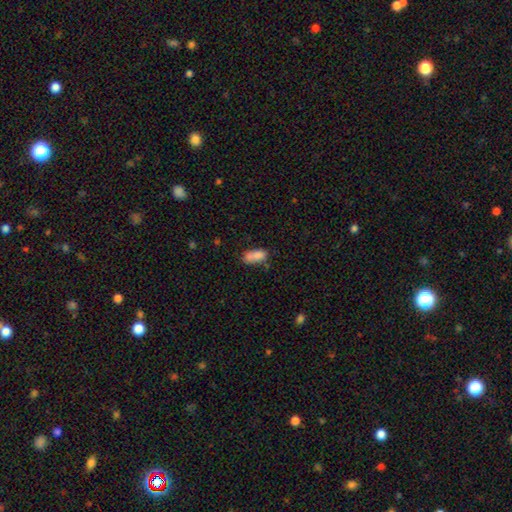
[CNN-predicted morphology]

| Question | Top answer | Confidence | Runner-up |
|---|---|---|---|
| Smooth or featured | smooth | 83% | featured or disk (9%) |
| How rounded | in between | 84% | cigar-shaped (13%) |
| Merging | none | 54% | minor disturbance (24%) |